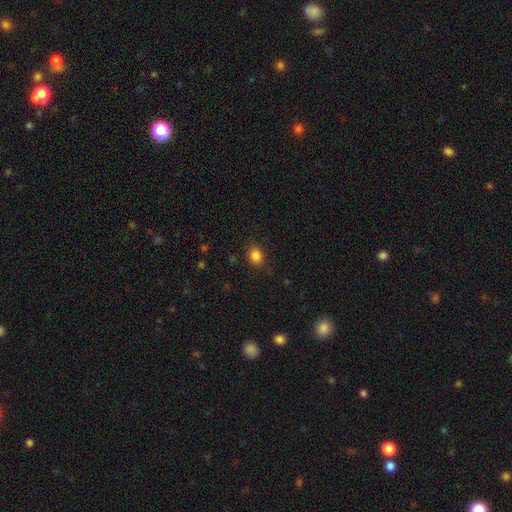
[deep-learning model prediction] Smooth or featured?
  - smooth: 84% *
  - star or artifact: 11%
  - featured or disk: 5%
How rounded?
  - round: 54% *
  - in between: 45%
  - cigar-shaped: 1%
Merging?
  - none: 80% *
  - minor disturbance: 15%
  - major disturbance: 4%
  - merger: 1%